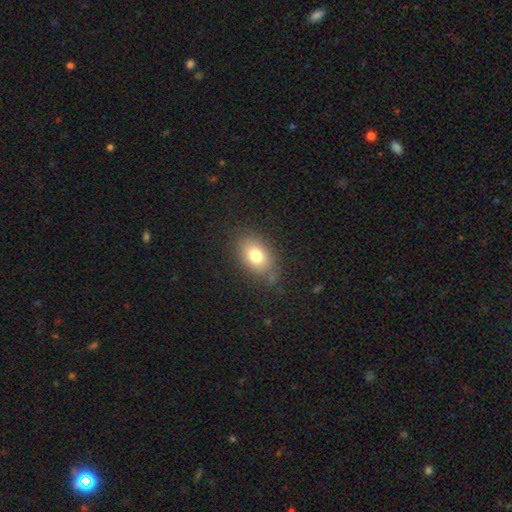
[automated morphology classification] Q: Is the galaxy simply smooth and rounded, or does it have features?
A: smooth — 77%.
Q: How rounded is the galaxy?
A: in between — 84%.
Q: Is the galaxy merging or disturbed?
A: none — 76%.